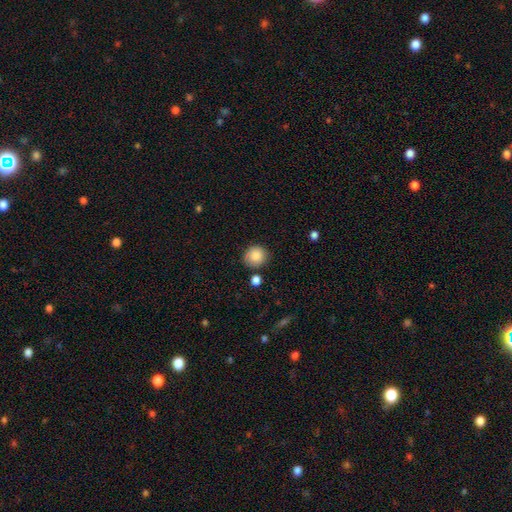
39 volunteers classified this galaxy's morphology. smooth-or-featured: smooth: 95% | featured or disk: 3% | star or artifact: 3%
  how-rounded: round: 97% | in between: 3% | cigar-shaped: 0%
  merging: none: 87% | minor disturbance: 8% | major disturbance: 3% | merger: 3%